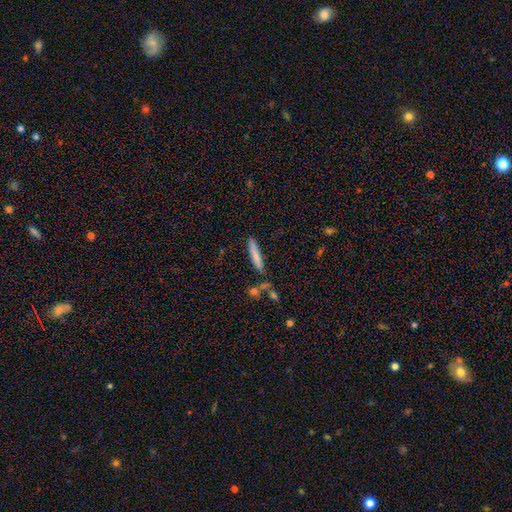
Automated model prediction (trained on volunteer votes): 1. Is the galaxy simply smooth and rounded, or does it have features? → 76% smooth, 17% featured or disk, 7% star or artifact.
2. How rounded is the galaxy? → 91% cigar-shaped, 7% in between, 1% round.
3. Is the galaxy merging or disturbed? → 81% none, 11% minor disturbance, 4% merger, 3% major disturbance.